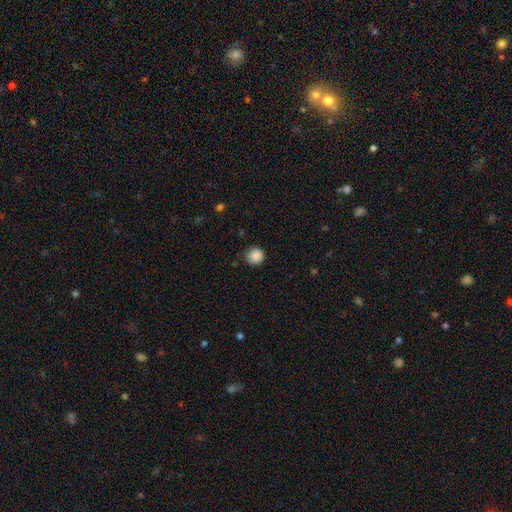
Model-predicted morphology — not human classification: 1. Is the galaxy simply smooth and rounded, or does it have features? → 87% smooth, 10% star or artifact, 3% featured or disk.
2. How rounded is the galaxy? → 94% round, 5% in between, 1% cigar-shaped.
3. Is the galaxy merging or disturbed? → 83% none, 13% minor disturbance, 3% major disturbance, 1% merger.